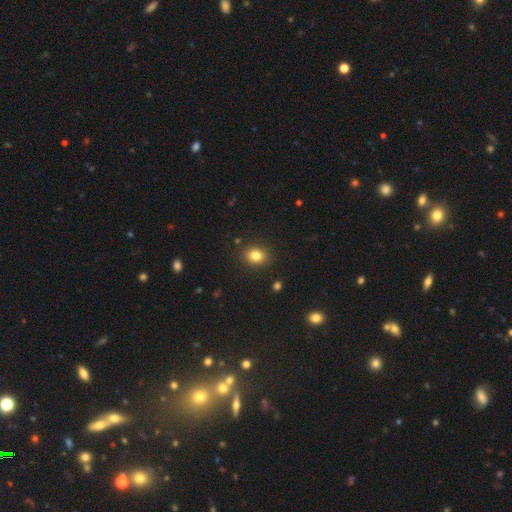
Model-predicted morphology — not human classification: smooth_or_featured: smooth (p=0.82) [alt: star or artifact p=0.11]
how_rounded: round (p=0.52) [alt: in between p=0.47]
merging: none (p=0.88) [alt: minor disturbance p=0.08]